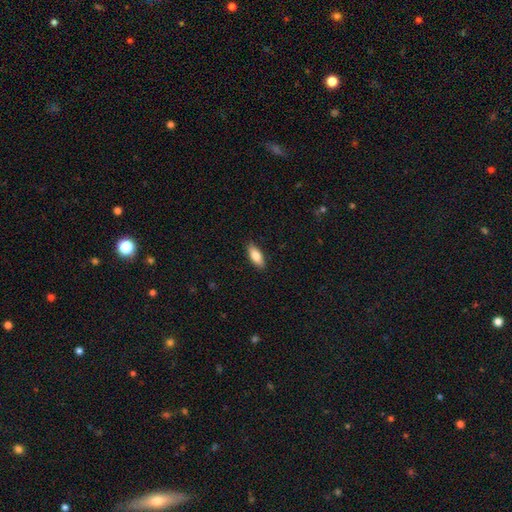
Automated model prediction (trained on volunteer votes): A smooth galaxy with no disk features (82%) that is in between round and cigar-shaped (78%). Merging: none (88%).